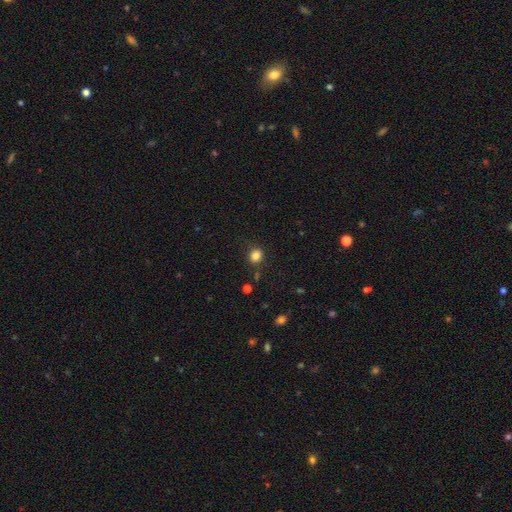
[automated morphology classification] Smooth or featured? Predicted: smooth (p=0.83). How rounded? Predicted: round (p=0.71). Merging? Predicted: none (p=0.85).